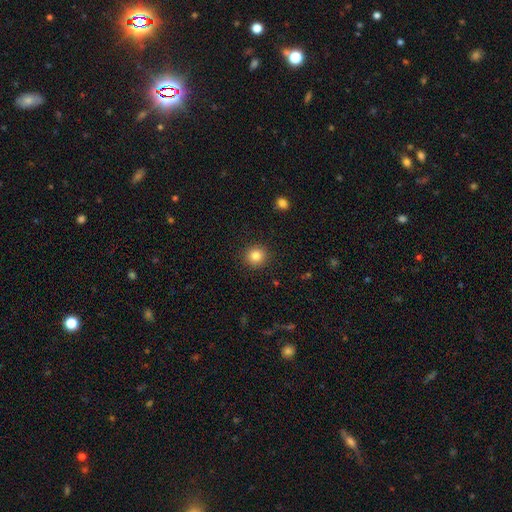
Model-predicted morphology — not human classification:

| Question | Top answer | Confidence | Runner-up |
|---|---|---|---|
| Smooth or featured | smooth | 84% | star or artifact (11%) |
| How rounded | round | 90% | in between (9%) |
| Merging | none | 91% | minor disturbance (6%) |